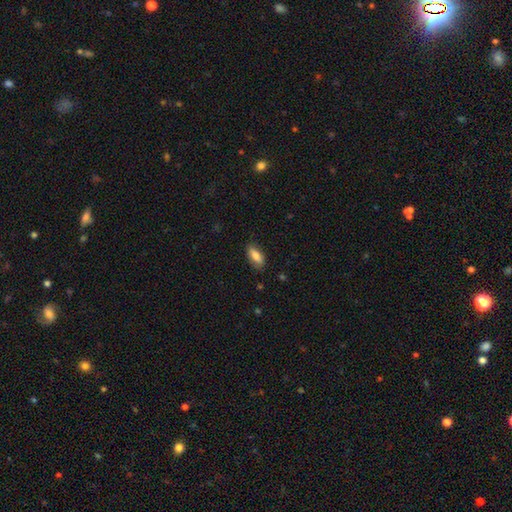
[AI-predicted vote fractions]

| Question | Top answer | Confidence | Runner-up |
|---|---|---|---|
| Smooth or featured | smooth | 77% | featured or disk (17%) |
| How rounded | in between | 79% | cigar-shaped (19%) |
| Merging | none | 82% | minor disturbance (14%) |